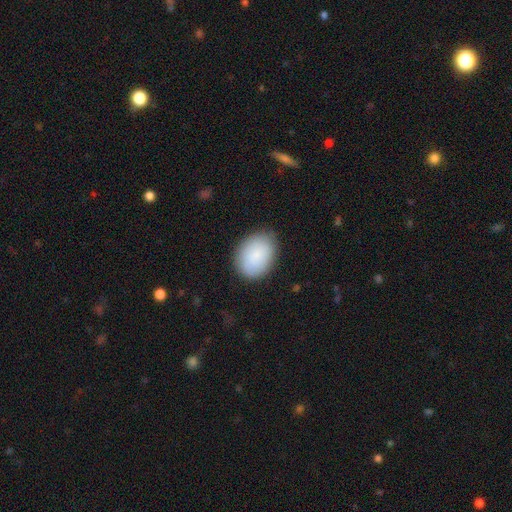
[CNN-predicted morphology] type=smooth (87%); roundness=in between (72%); merging=none (82%).